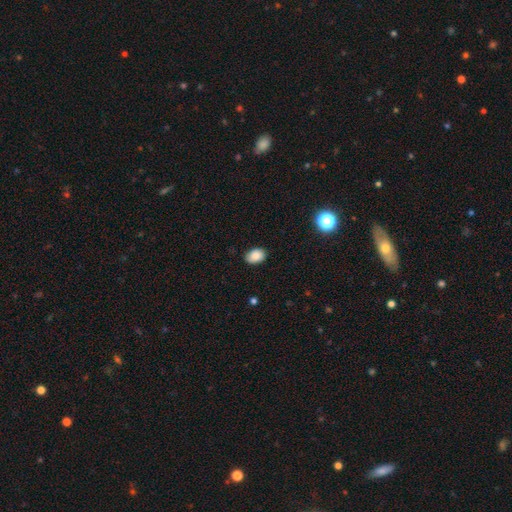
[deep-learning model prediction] smooth_or_featured: smooth (p=0.86) [alt: star or artifact p=0.09]
how_rounded: in between (p=0.80) [alt: round p=0.19]
merging: none (p=0.85) [alt: minor disturbance p=0.12]